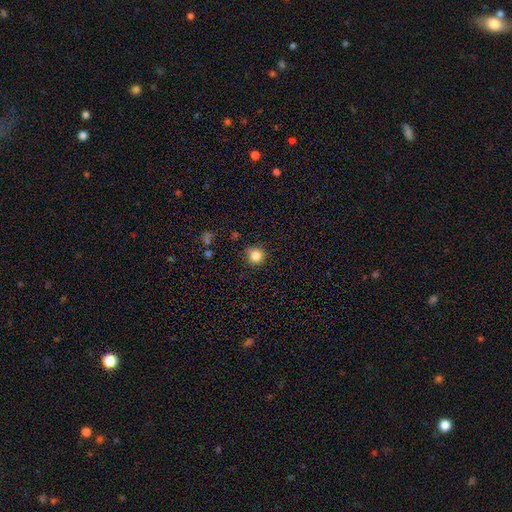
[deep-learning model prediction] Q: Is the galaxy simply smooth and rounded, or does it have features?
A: smooth — 84%.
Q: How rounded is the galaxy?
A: round — 94%.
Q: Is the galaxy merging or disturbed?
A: none — 87%.